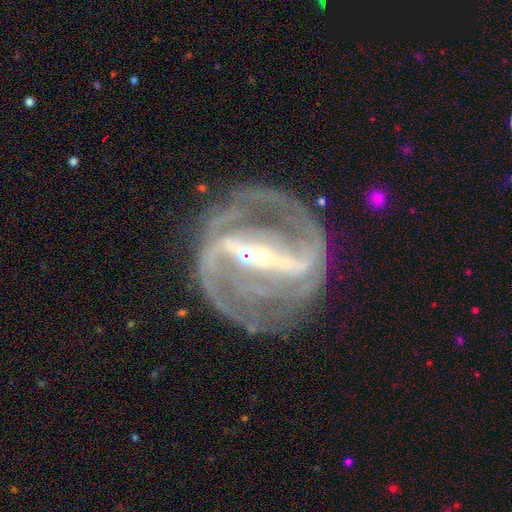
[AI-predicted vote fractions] Smooth or featured?
  - featured or disk: 90% *
  - star or artifact: 6%
  - smooth: 4%
Edge-on disk?
  - no: 95% *
  - yes: 5%
Bar?
  - strong: 81% *
  - weak: 13%
  - no: 6%
Spiral arms?
  - yes: 93% *
  - no: 7%
Spiral winding?
  - medium: 45% *
  - tight: 38%
  - loose: 17%
Spiral arm count?
  - 2: 72% *
  - can't tell: 9%
  - 3: 9%
  - 1: 4%
  - 4: 4%
  - more than 4: 3%
Bulge size?
  - small: 77% *
  - moderate: 18%
  - large: 2%
  - none: 2%
  - dominant: 1%
Merging?
  - none: 62% *
  - minor disturbance: 16%
  - major disturbance: 13%
  - merger: 9%